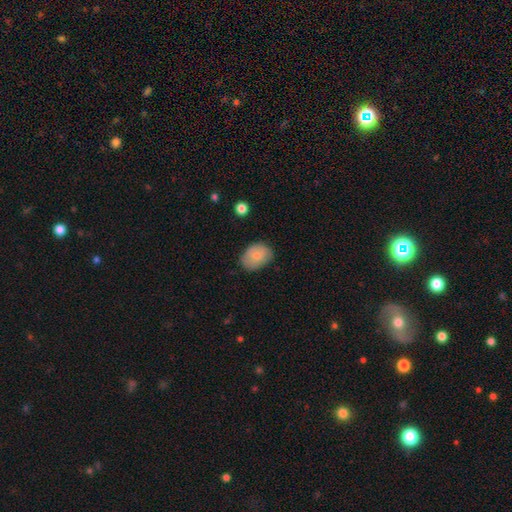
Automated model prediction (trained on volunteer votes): Smooth or featured: smooth — 80% (featured or disk — 13%)
How rounded: in between — 73% (round — 26%)
Merging: none — 70% (minor disturbance — 24%)